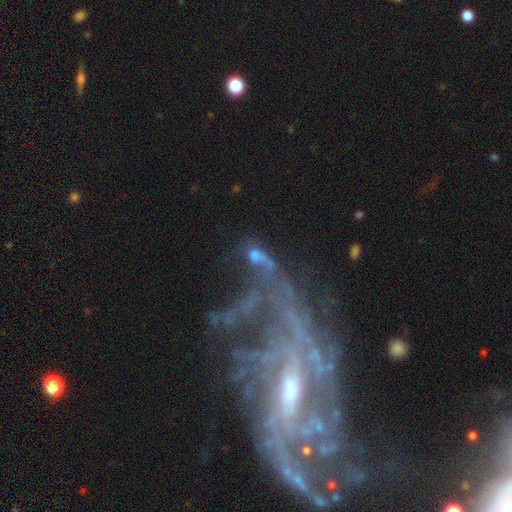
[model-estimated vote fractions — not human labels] The model was most divided on "merging": none: 33%, major disturbance: 27%, merger: 25%, minor disturbance: 15%. Remaining: smooth or featured — featured or disk (41%).